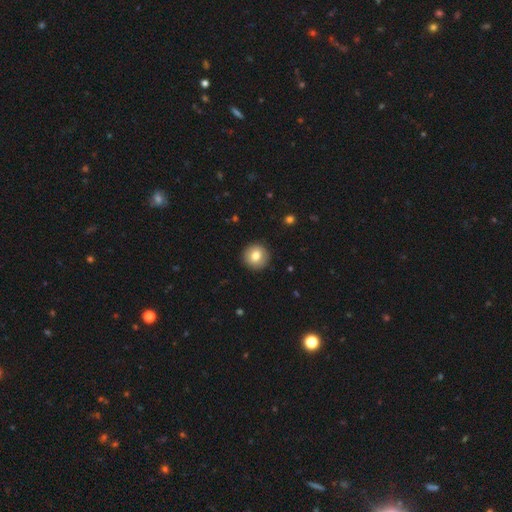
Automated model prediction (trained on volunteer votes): Morphology: type=smooth (81%); roundness=round (95%); merging=none (92%).